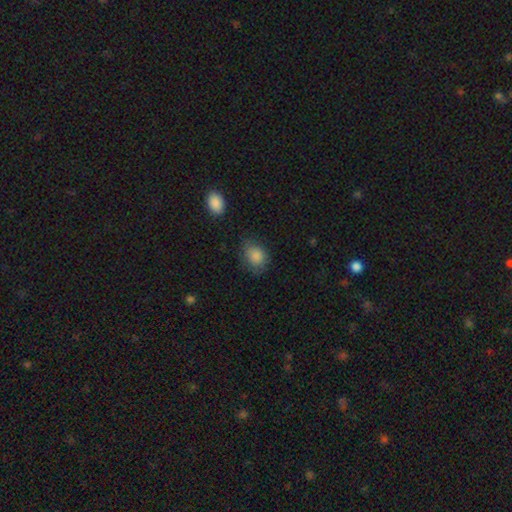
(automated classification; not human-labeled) Smooth or featured?
  - smooth: 86% *
  - star or artifact: 8%
  - featured or disk: 6%
How rounded?
  - in between: 54% *
  - round: 45%
  - cigar-shaped: 1%
Merging?
  - none: 68% *
  - minor disturbance: 24%
  - major disturbance: 7%
  - merger: 2%